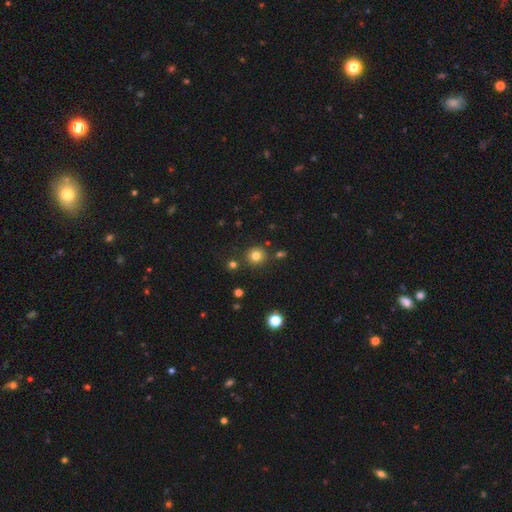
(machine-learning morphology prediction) type=smooth (79%); roundness=round (92%); merging=none (85%).